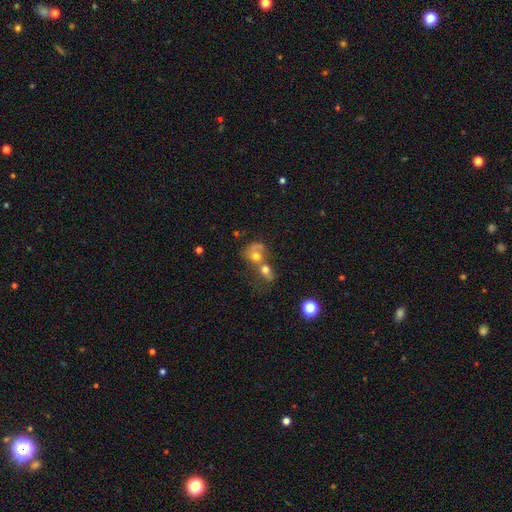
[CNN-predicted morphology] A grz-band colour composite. It shows a smooth galaxy with no disk features (62%) that is round (61%). Merging: merger (68%).